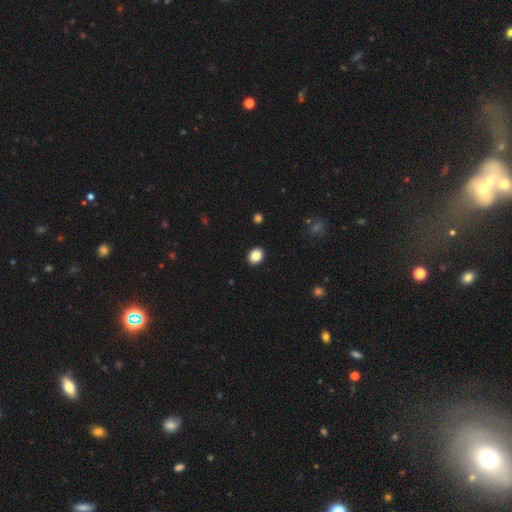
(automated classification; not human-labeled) The model was most divided on "how rounded": round: 56%, in between: 43%, cigar-shaped: 1%. More confident: merging — none (92%); smooth or featured — smooth (86%).